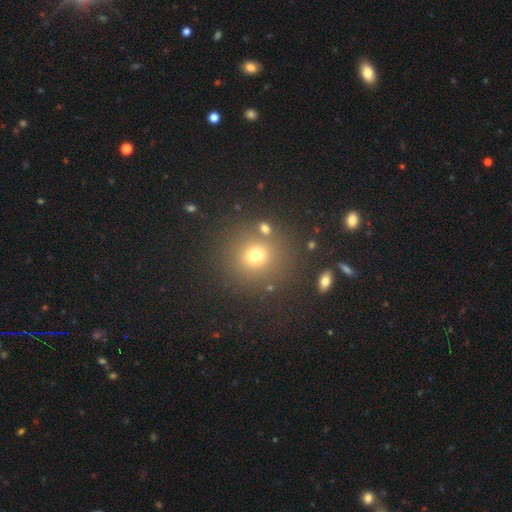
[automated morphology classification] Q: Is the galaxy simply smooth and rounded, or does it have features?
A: smooth — 68%.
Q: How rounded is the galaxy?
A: round — 88%.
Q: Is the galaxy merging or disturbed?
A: none — 78%.